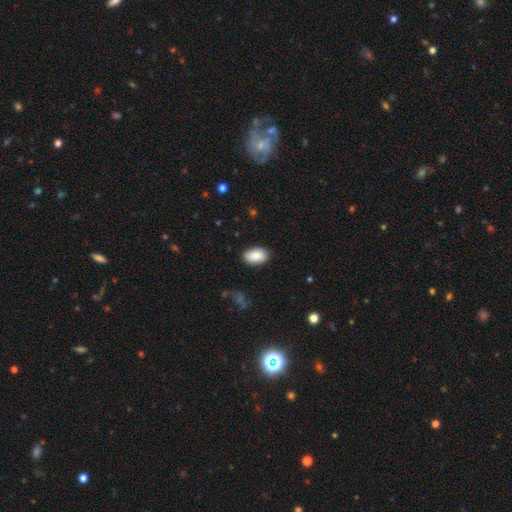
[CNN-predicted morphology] Smooth or featured? Predicted: smooth (p=0.87). How rounded? Predicted: in between (p=0.93). Merging? Predicted: none (p=0.85).